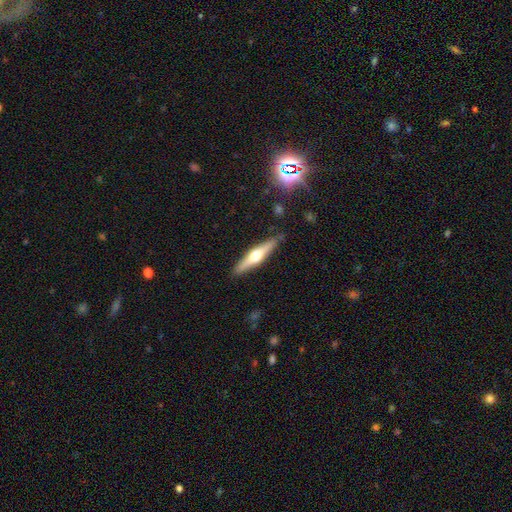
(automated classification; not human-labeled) smooth_or_featured: featured or disk (p=0.59) [alt: smooth p=0.35]
disk_edge_on: yes (p=0.96) [alt: no p=0.04]
edge_on_bulge: rounded (p=0.94) [alt: none p=0.03]
merging: none (p=0.88) [alt: minor disturbance p=0.09]